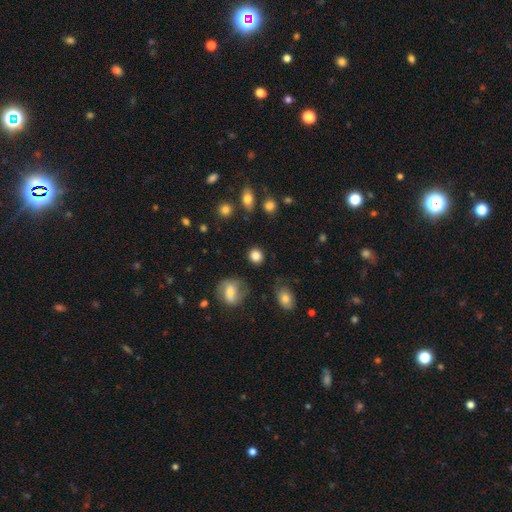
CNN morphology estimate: A smooth galaxy with no disk features (83%) that is round (81%). Merging: none (84%).